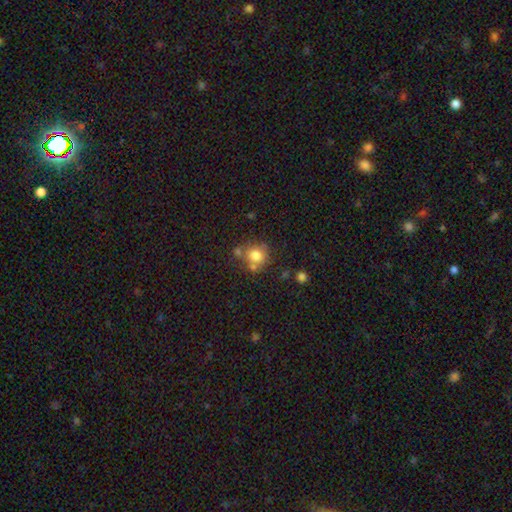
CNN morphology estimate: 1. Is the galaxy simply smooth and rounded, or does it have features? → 77% smooth, 12% star or artifact, 11% featured or disk.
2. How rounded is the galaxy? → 85% round, 14% in between, 1% cigar-shaped.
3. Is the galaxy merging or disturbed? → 60% none, 21% merger, 14% minor disturbance, 5% major disturbance.